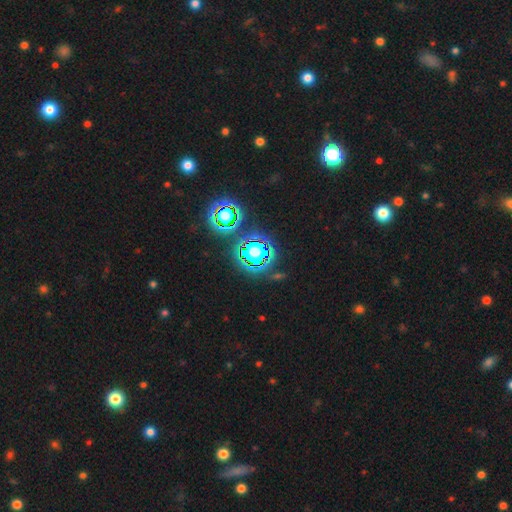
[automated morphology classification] type=star or artifact (82%).